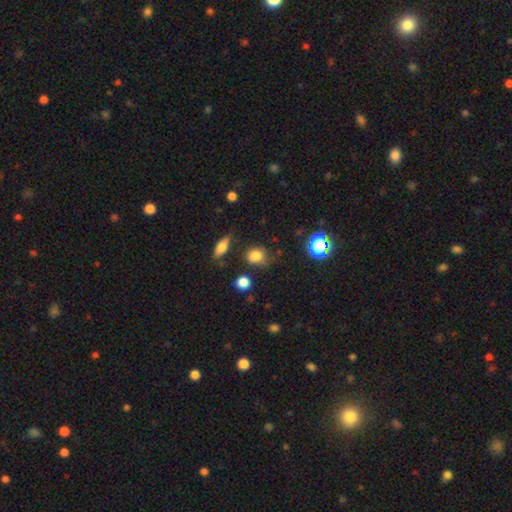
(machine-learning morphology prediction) Overall: smooth (78%). How rounded: round (59%; in between 39%). Merging: none (59%; minor disturbance 27%).